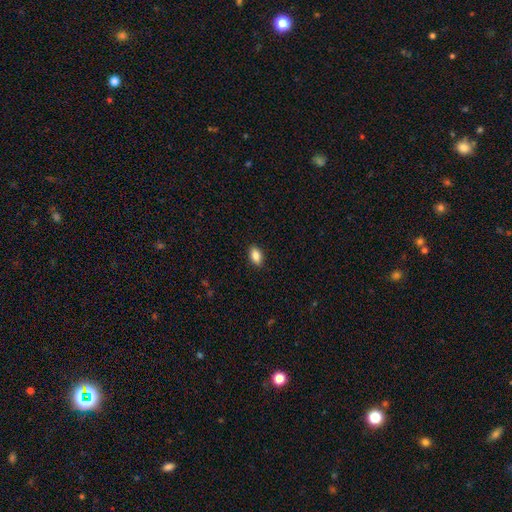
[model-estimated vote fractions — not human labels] smooth 86%, star or artifact 8%, featured or disk 6%. Down the decision tree: how rounded — in between (90%); merging — none (89%).